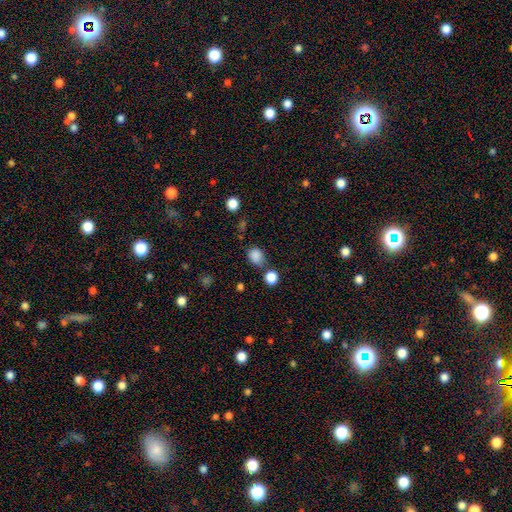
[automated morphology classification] This appears to be a smooth galaxy with no disk features (84%) that is round (58%). Merging: none (67%).